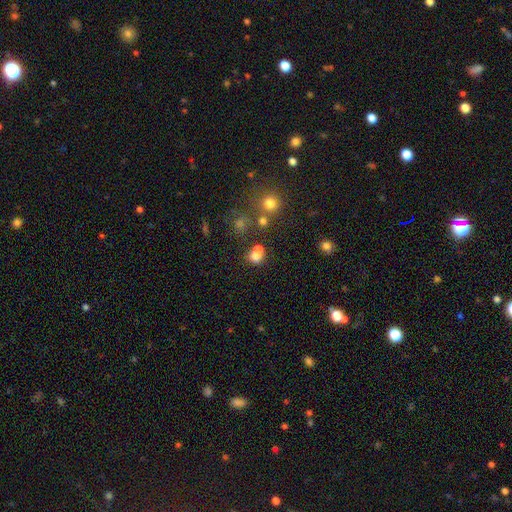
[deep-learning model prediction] smooth_or_featured: smooth (p=0.72) [alt: star or artifact p=0.17]
how_rounded: round (p=0.75) [alt: in between p=0.24]
merging: none (p=0.46) [alt: merger p=0.40]